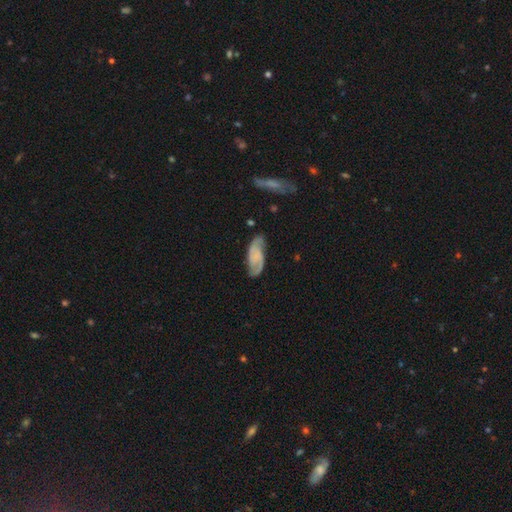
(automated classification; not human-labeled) smooth_or_featured: featured or disk (p=0.68) [alt: smooth p=0.25]
disk_edge_on: no (p=0.94) [alt: yes p=0.06]
bar: no (p=0.56) [alt: weak p=0.34]
has_spiral_arms: yes (p=0.94) [alt: no p=0.06]
spiral_winding: medium (p=0.44) [alt: loose p=0.28]
spiral_arm_count: 2 (p=0.84) [alt: can't tell p=0.08]
bulge_size: none (p=0.58) [alt: small p=0.27]
merging: none (p=0.68) [alt: minor disturbance p=0.21]